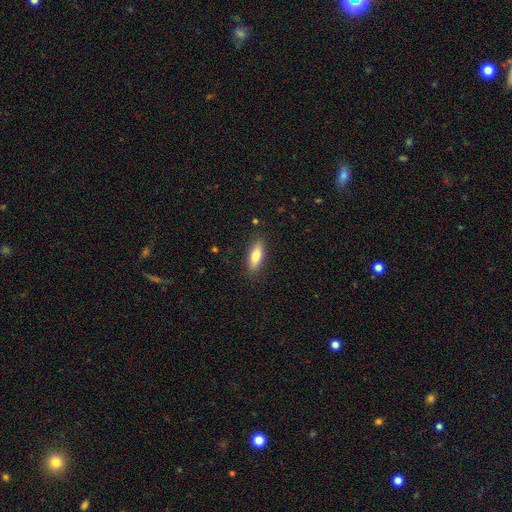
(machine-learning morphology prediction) A smooth galaxy with no disk features (78%) that is in between round and cigar-shaped (63%).

Vote fractions:
- Smooth or featured? smooth: 78% / featured or disk: 15% / star or artifact: 6%
- How rounded? in between: 63% / cigar-shaped: 35% / round: 2%
- Merging? none: 87% / minor disturbance: 10% / major disturbance: 2% / merger: 1%